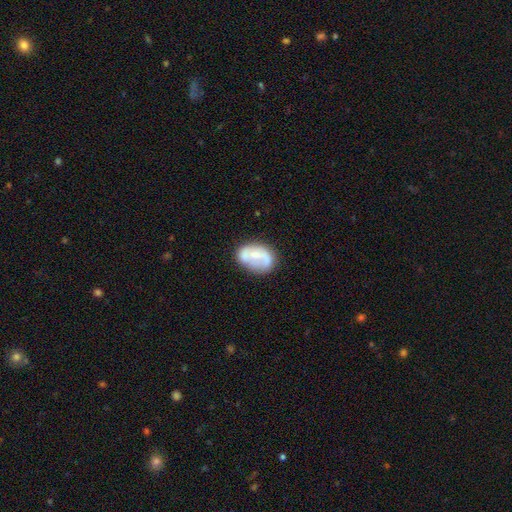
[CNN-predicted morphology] This is possibly a featured or disk galaxy (50%). It is clearly not viewed edge-on (97%). Merging: possibly none (55%).